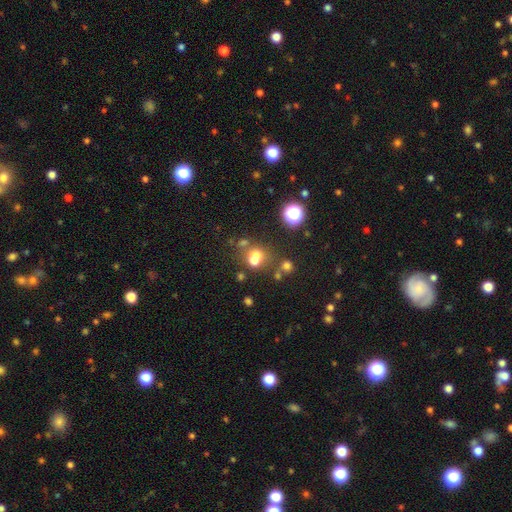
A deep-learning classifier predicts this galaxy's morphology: type=smooth (61%); roundness=round (67%); merging=none (43%).